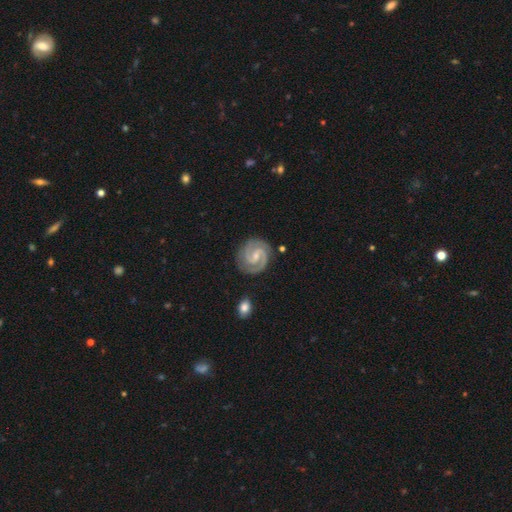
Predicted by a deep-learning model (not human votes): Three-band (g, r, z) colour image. It shows a featured or disk galaxy (91%) with a weak bar (54%), 2 (88%) tight (53%) spiral arms (98%) and a small central bulge (62%). Merging: none (82%).